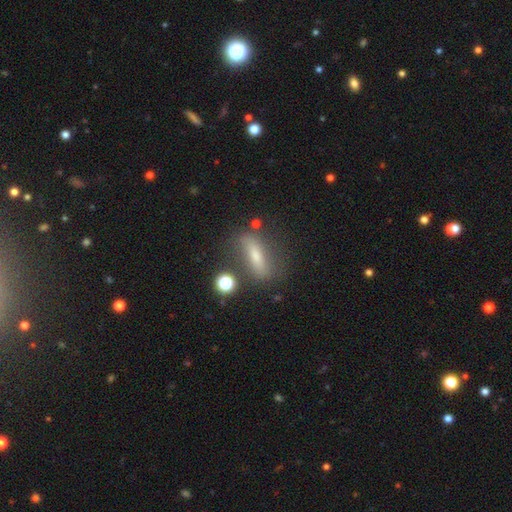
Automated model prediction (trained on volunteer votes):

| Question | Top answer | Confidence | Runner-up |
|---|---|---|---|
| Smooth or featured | smooth | 45% | featured or disk (43%) |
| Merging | none | 68% | minor disturbance (17%) |